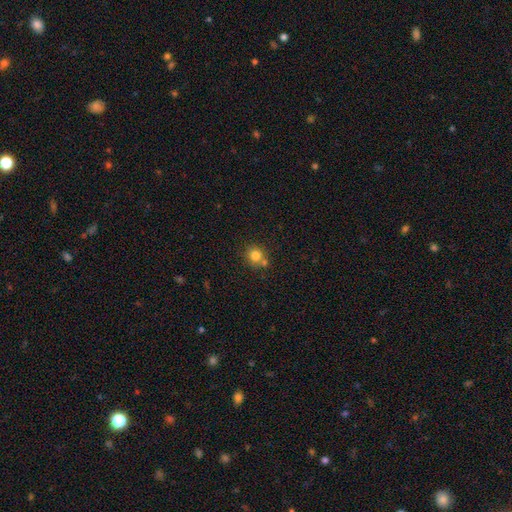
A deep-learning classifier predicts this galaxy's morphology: Smooth or featured?
  - smooth: 79% *
  - star or artifact: 12%
  - featured or disk: 9%
How rounded?
  - round: 88% *
  - in between: 11%
  - cigar-shaped: 1%
Merging?
  - none: 65% *
  - merger: 23%
  - minor disturbance: 9%
  - major disturbance: 3%